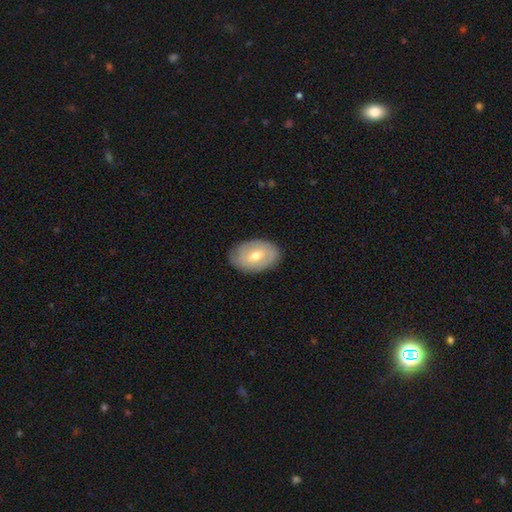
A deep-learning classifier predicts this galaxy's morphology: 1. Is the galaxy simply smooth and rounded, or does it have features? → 48% smooth, 45% featured or disk, 7% star or artifact.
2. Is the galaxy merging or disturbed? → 83% none, 13% minor disturbance, 3% major disturbance, 1% merger.